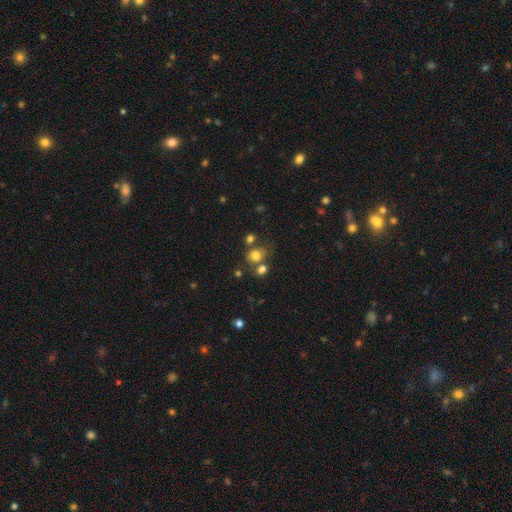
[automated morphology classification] A smooth galaxy with no disk features (74%) that is round (74%). Merging: none (56%).